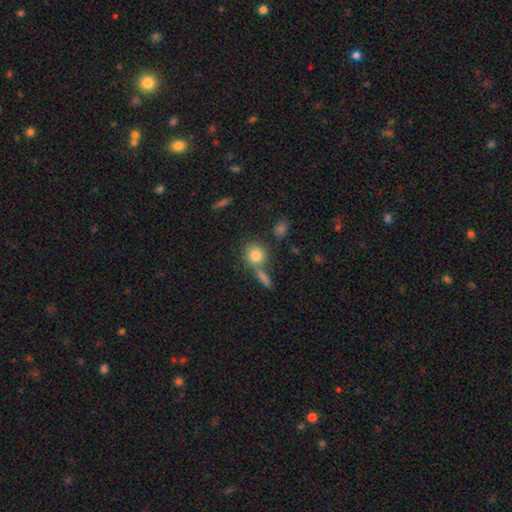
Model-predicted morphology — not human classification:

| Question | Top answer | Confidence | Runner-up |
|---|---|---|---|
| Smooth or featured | smooth | 80% | featured or disk (10%) |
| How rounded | round | 81% | in between (16%) |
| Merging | none | 61% | merger (24%) |